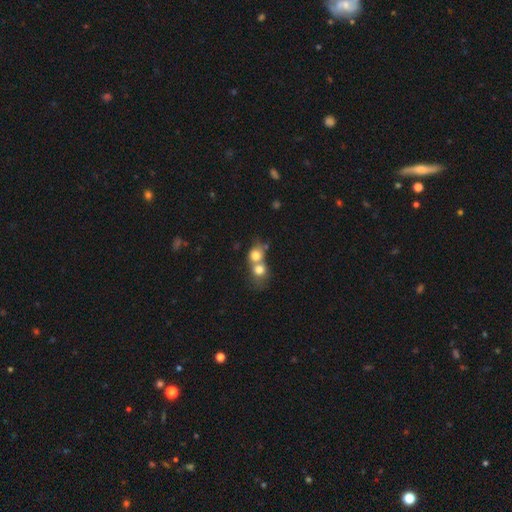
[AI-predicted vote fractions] Smooth or featured? smooth (74%)
How rounded? round (72%)
Merging? merger (72%)